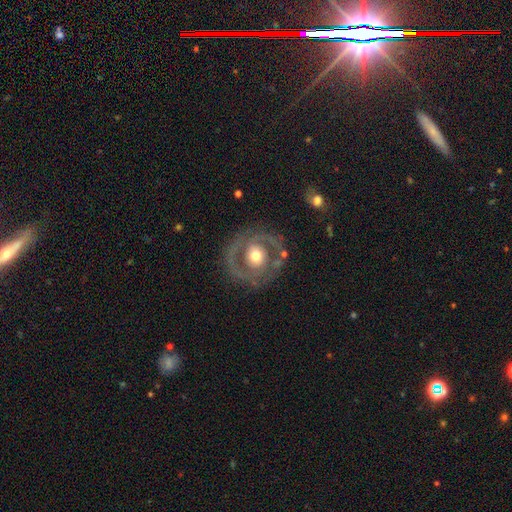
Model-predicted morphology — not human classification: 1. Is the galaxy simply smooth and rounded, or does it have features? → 72% featured or disk, 22% smooth, 6% star or artifact.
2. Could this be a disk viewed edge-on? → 97% no, 3% yes.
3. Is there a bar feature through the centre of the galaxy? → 72% no, 21% weak, 7% strong.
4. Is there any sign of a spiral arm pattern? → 64% yes, 36% no.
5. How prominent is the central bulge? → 67% moderate, 22% large, 8% small, 2% dominant, 1% none.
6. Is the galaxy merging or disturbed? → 75% none, 14% minor disturbance, 9% major disturbance, 2% merger.